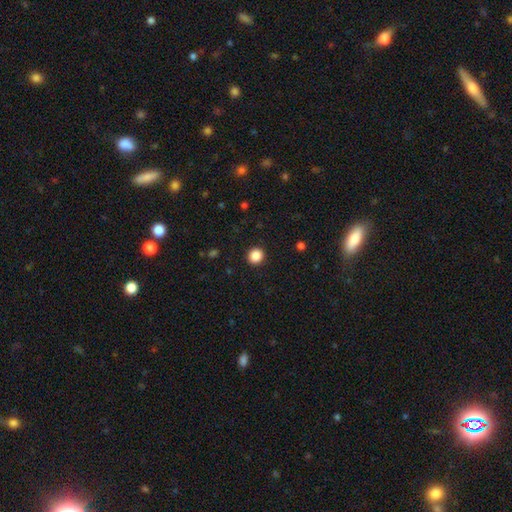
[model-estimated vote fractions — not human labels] This is clearly a smooth galaxy (87%). How rounded: clearly round (92%). Merging: clearly none (93%).